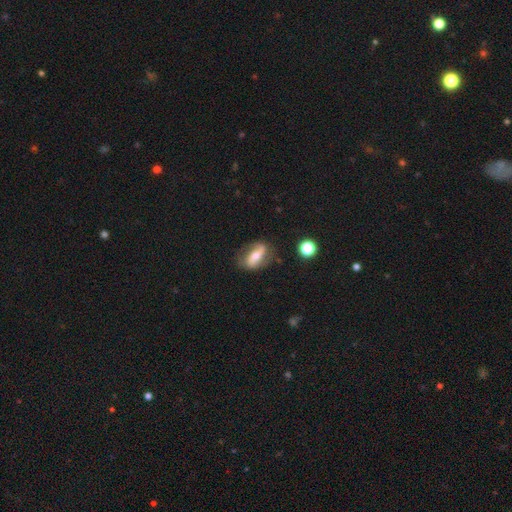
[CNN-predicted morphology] smooth_or_featured: featured or disk (p=0.59) [alt: smooth p=0.34]
disk_edge_on: no (p=0.87) [alt: yes p=0.13]
bar: strong (p=0.51) [alt: no p=0.26]
has_spiral_arms: yes (p=0.72) [alt: no p=0.28]
bulge_size: moderate (p=0.55) [alt: small p=0.35]
merging: none (p=0.69) [alt: minor disturbance p=0.20]